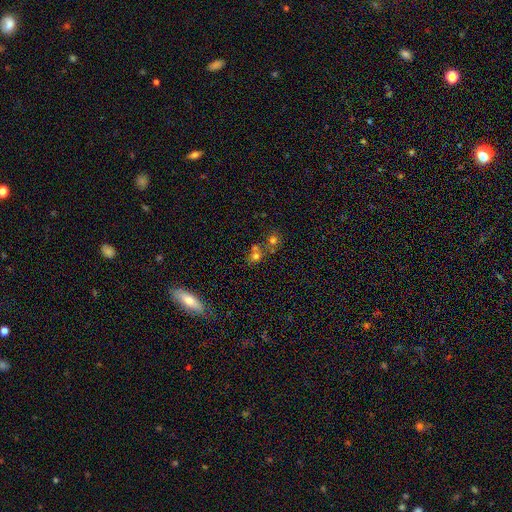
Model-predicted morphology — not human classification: Q: Smooth or featured?
A: smooth (63%); runner-up: star or artifact (20%)
Q: How rounded?
A: round (76%); runner-up: in between (22%)
Q: Merging?
A: merger (47%); runner-up: none (40%)